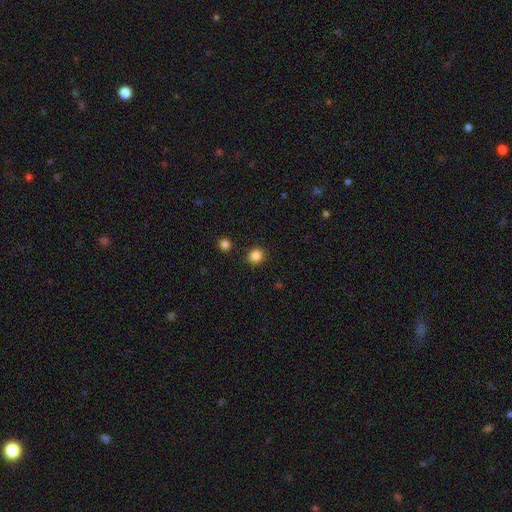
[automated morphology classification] Smooth or featured? smooth (85%)
How rounded? round (82%)
Merging? none (90%)